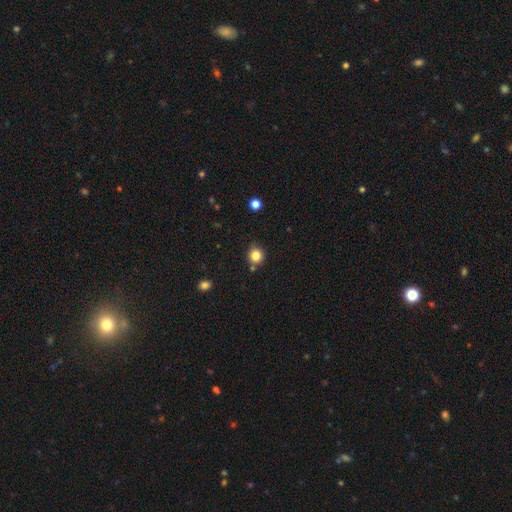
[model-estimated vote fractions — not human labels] smooth-or-featured: smooth: 83% | star or artifact: 12% | featured or disk: 6%
  how-rounded: round: 89% | in between: 10% | cigar-shaped: 1%
  merging: none: 79% | minor disturbance: 11% | merger: 7% | major disturbance: 3%